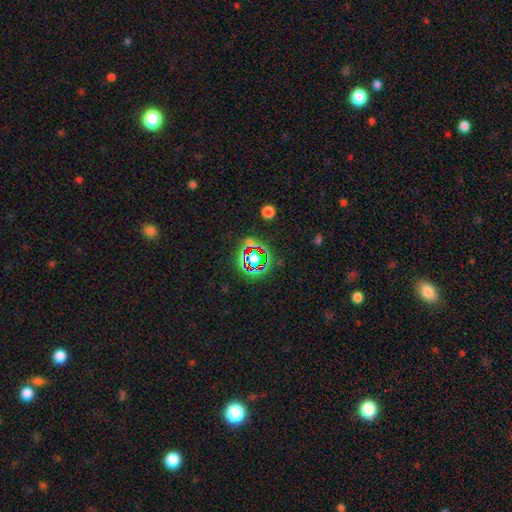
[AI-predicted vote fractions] Q: Smooth or featured?
A: star or artifact (74%); runner-up: smooth (17%)